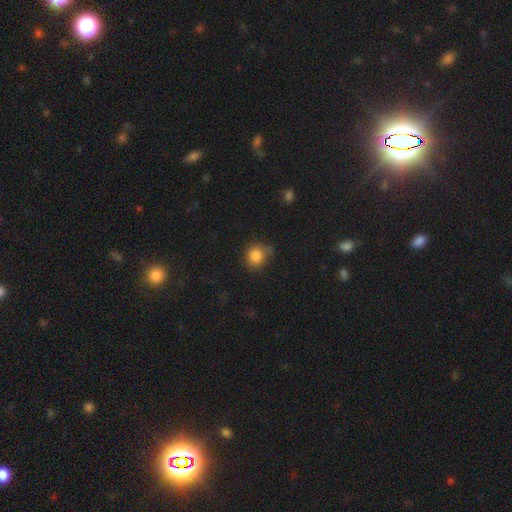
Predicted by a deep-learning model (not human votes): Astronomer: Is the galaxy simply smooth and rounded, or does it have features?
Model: smooth — 85%.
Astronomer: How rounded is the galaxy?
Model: round — 84%.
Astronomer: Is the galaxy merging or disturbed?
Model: none — 65%.